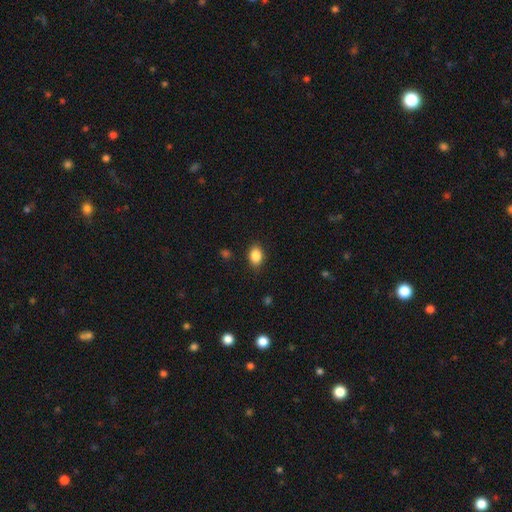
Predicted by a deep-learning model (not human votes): Smooth or featured? Predicted: smooth (p=0.87). How rounded? Predicted: in between (p=0.74). Merging? Predicted: none (p=0.85).